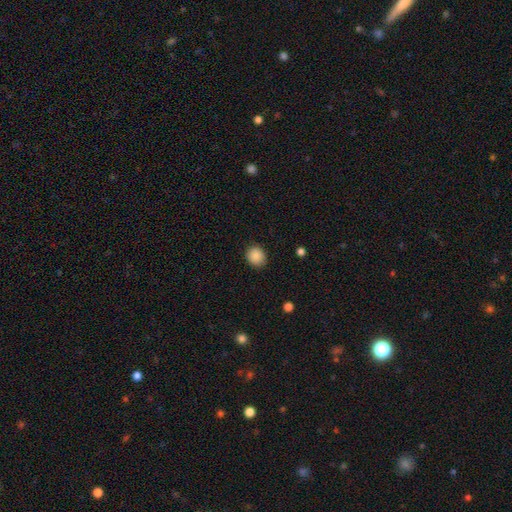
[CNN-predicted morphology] smooth 88%, star or artifact 9%, featured or disk 3%. Down the decision tree: how rounded — round (73%); merging — none (88%).